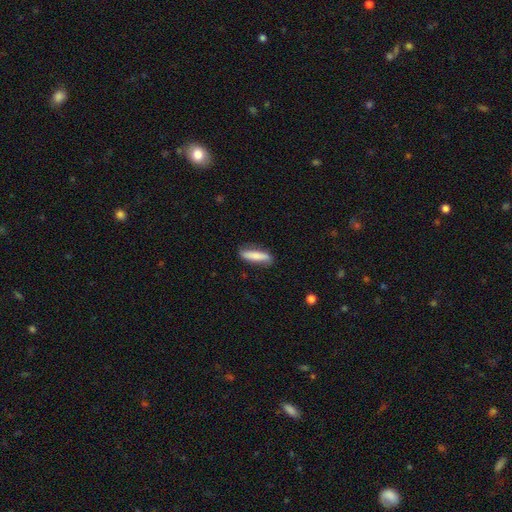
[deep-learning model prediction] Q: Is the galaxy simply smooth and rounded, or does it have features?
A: smooth — 77%.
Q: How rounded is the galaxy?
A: cigar-shaped — 75%.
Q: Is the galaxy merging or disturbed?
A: none — 79%.